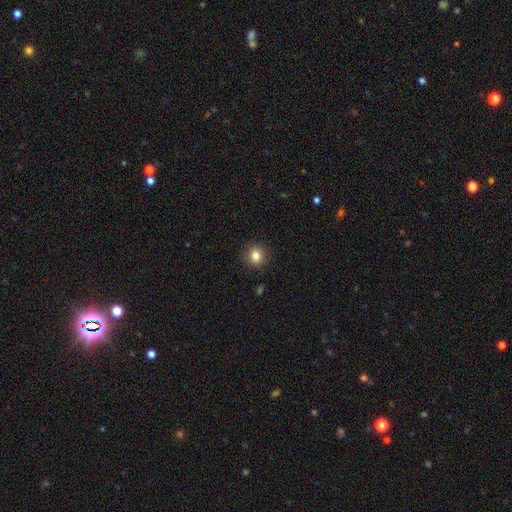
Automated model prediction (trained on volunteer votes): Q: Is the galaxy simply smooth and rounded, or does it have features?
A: smooth — 83%.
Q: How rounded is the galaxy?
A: round — 84%.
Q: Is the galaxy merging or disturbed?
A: none — 90%.